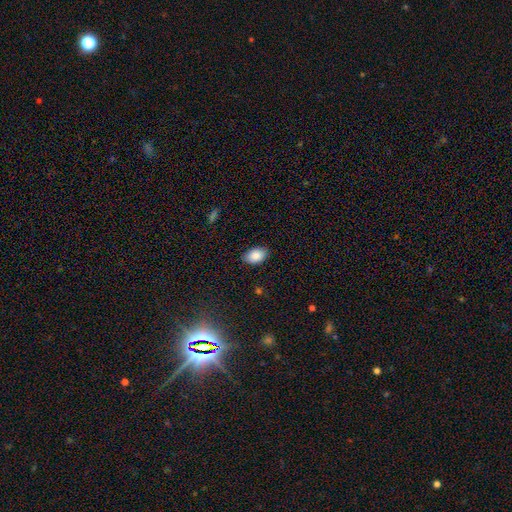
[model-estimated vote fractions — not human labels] A smooth galaxy with no disk features (88%) that is in between round and cigar-shaped (89%). Merging: none (85%).